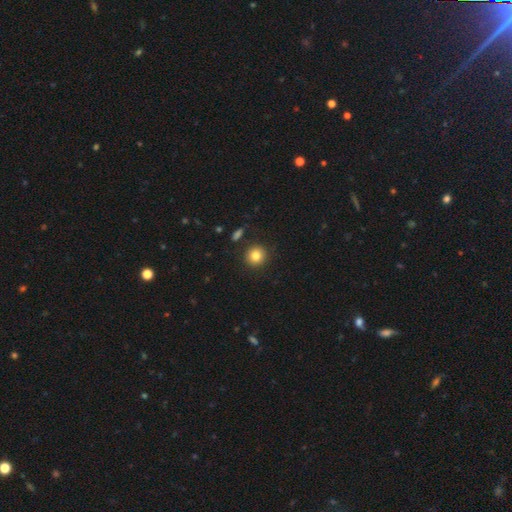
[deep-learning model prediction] Smooth or featured? Predicted: smooth (p=0.83). How rounded? Predicted: round (p=0.93). Merging? Predicted: none (p=0.89).